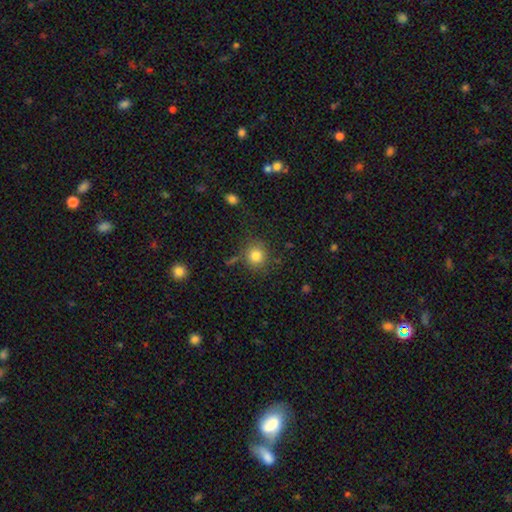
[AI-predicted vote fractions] smooth-or-featured: smooth: 81% | star or artifact: 12% | featured or disk: 7%
  how-rounded: round: 89% | in between: 10% | cigar-shaped: 1%
  merging: none: 81% | minor disturbance: 10% | merger: 5% | major disturbance: 4%